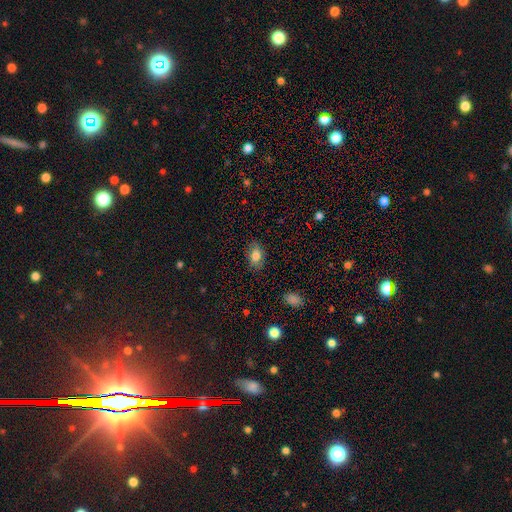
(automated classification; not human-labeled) Q: Smooth or featured?
A: smooth (79%); runner-up: featured or disk (11%)
Q: How rounded?
A: in between (84%); runner-up: round (14%)
Q: Merging?
A: none (84%); runner-up: minor disturbance (12%)